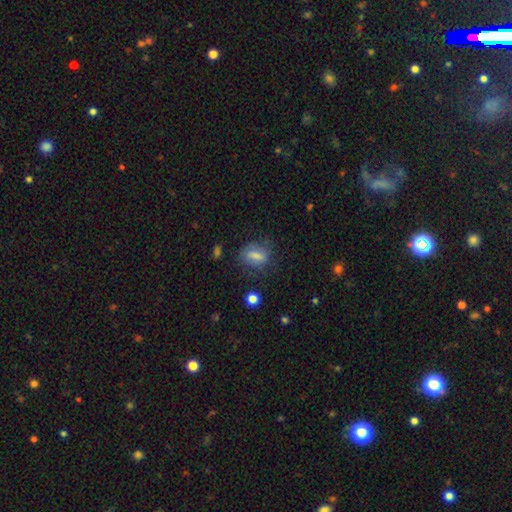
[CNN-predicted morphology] Smooth or featured? Predicted: smooth (p=0.70). How rounded? Predicted: in between (p=0.71). Merging? Predicted: none (p=0.65).